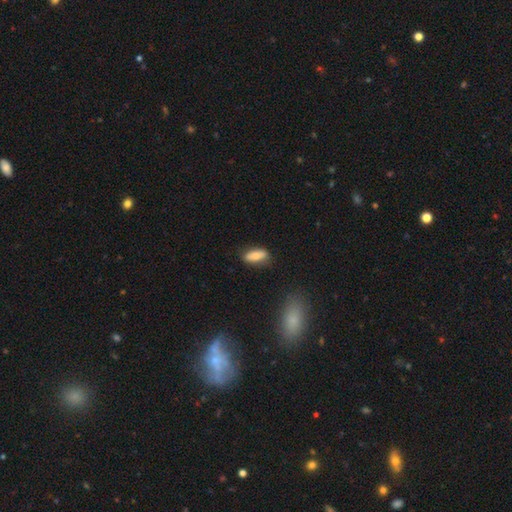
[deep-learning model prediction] Smooth or featured? Predicted: smooth (p=0.69). How rounded? Predicted: in between (p=0.76). Merging? Predicted: none (p=0.76).